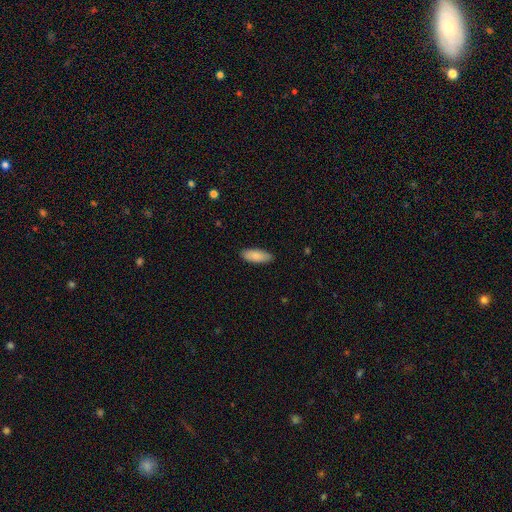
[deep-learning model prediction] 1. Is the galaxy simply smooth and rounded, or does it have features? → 88% smooth, 6% featured or disk, 6% star or artifact.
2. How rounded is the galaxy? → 75% in between, 23% cigar-shaped, 2% round.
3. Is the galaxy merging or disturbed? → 88% none, 9% minor disturbance, 2% major disturbance, 1% merger.